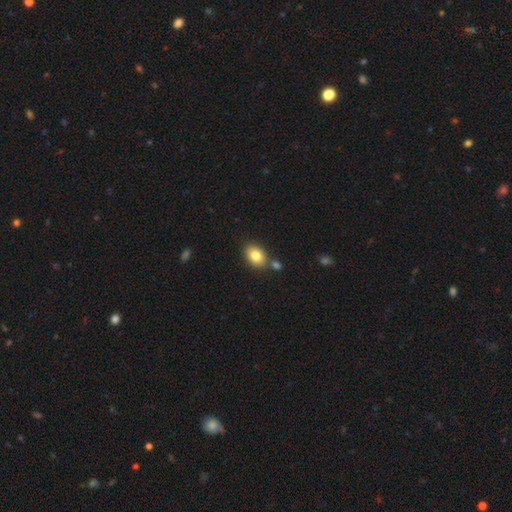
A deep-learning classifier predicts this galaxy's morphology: type=smooth (82%); roundness=in between (75%); merging=none (72%).